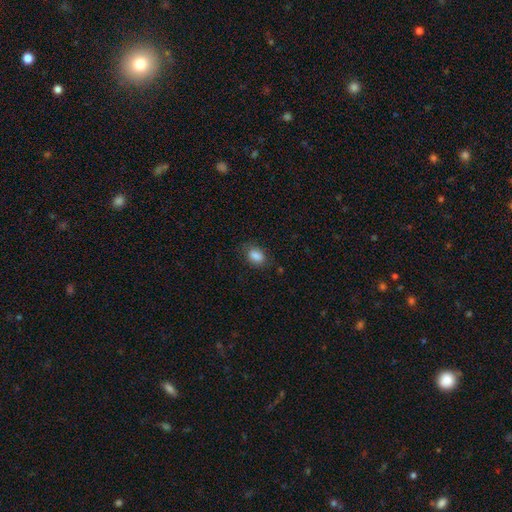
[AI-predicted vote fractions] smooth_or_featured: smooth (p=0.86) [alt: star or artifact p=0.09]
how_rounded: in between (p=0.79) [alt: round p=0.19]
merging: none (p=0.78) [alt: minor disturbance p=0.16]